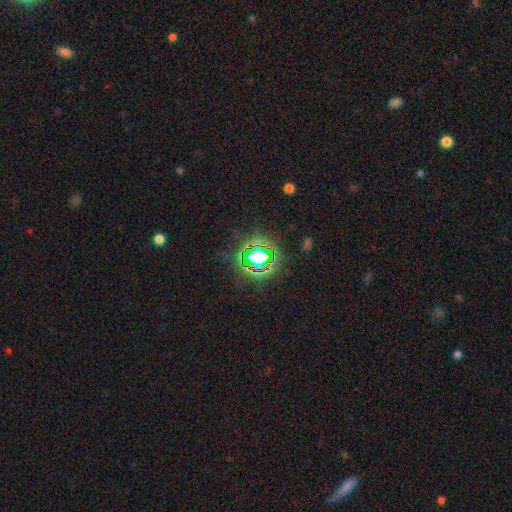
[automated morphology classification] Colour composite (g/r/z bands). It shows a star or artifact, not a galaxy (77%).